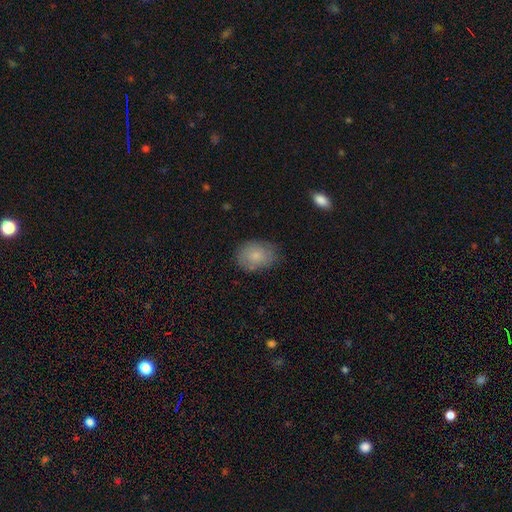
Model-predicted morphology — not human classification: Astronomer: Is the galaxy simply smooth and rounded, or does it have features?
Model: smooth — 78%.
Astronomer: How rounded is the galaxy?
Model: in between — 62% (runner-up: round, 37%).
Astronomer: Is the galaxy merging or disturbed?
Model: none — 77%.